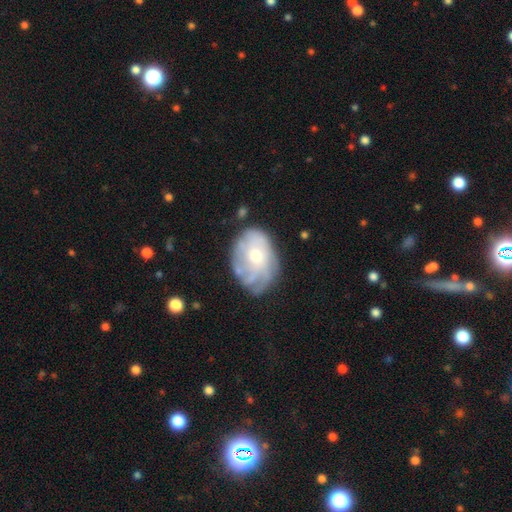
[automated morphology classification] featured or disk 61%, smooth 31%, star or artifact 8%. Down the decision tree: edge-on disk — no (96%); bar — no (83%); spiral arms — yes (65%); bulge size — moderate (49%); merging — none (61%).